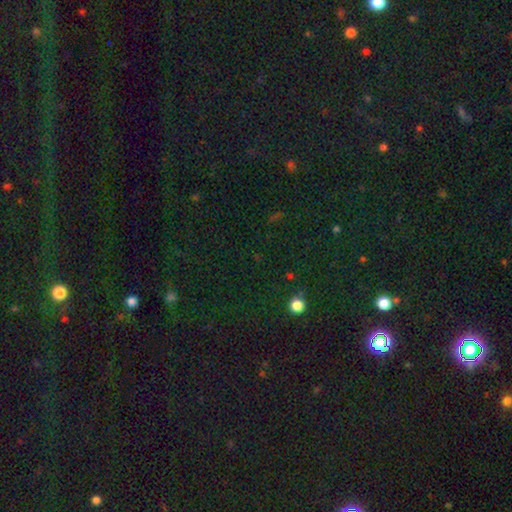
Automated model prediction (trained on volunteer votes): Smooth or featured? Predicted: star or artifact (p=0.72).